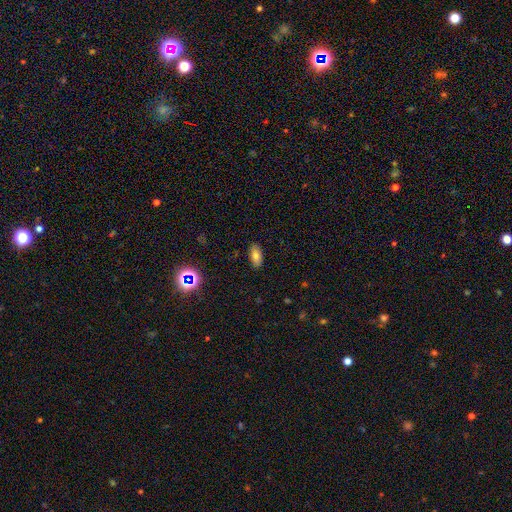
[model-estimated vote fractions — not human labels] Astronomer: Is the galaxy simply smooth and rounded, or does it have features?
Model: smooth — 75%.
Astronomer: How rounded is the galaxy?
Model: in between — 90%.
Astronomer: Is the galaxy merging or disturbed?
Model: none — 87%.